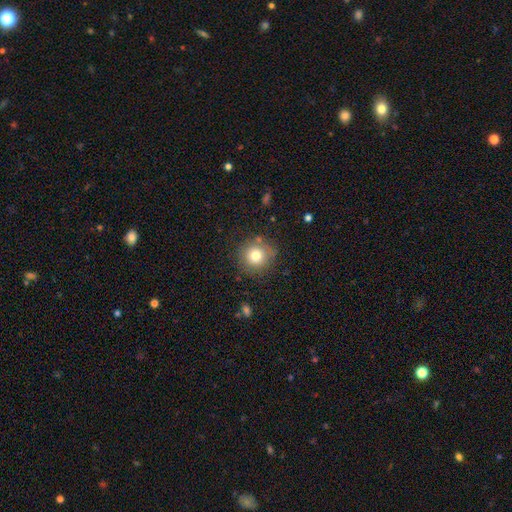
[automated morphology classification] A smooth galaxy with no disk features (76%) that is round (93%). Merging: none (82%).